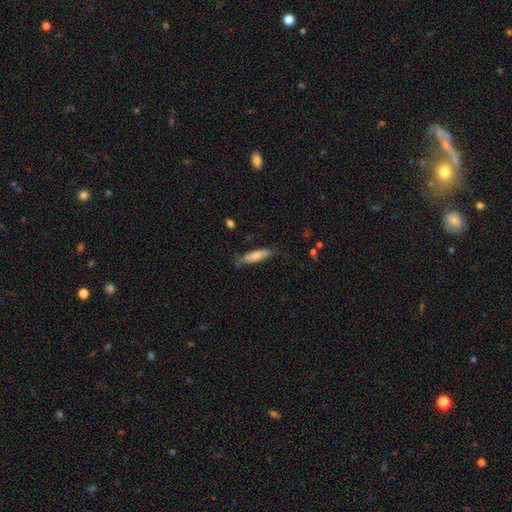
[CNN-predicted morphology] The model was most divided on "how rounded": cigar-shaped: 63%, in between: 35%, round: 2%. More confident: smooth or featured — smooth (74%); merging — none (67%).